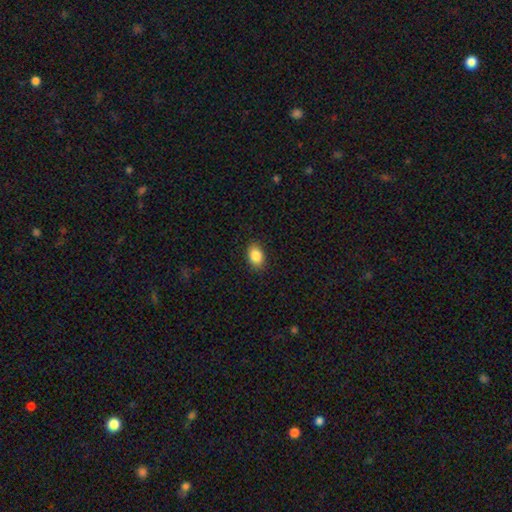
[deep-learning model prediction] A smooth galaxy with no disk features (87%) that is in between round and cigar-shaped (82%). Merging: none (88%).